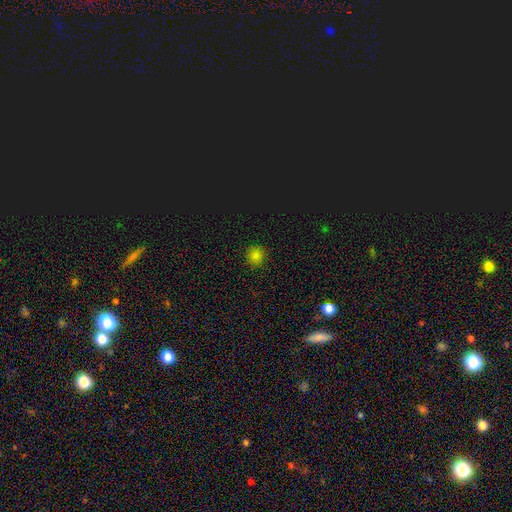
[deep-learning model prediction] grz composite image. It shows a smooth galaxy with no disk features (78%) that is round (89%). Merging: none (89%).